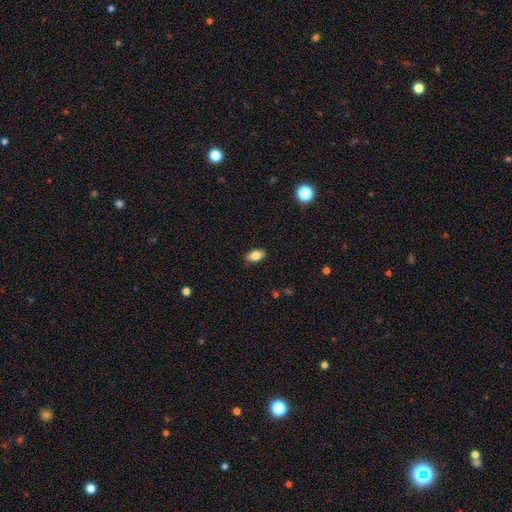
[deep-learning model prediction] A smooth galaxy with no disk features (81%) that is in between round and cigar-shaped (89%). Merging: none (87%).